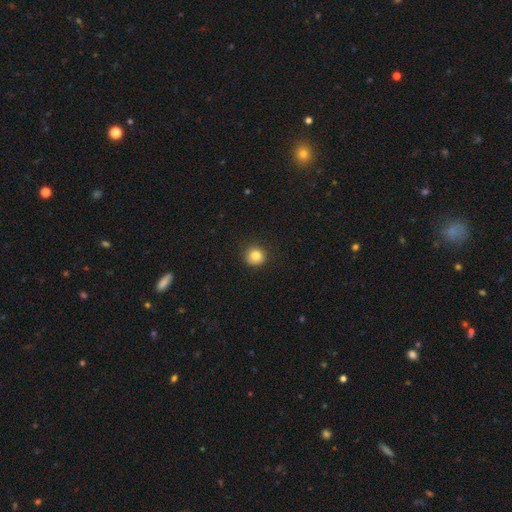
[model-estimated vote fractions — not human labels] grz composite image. It shows a smooth galaxy with no disk features (83%) that is round (92%). Merging: none (88%).